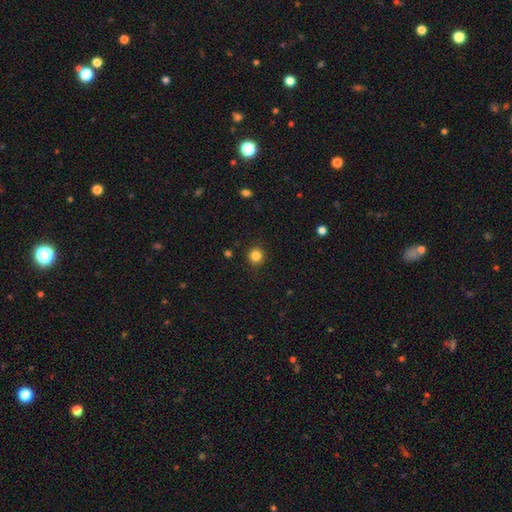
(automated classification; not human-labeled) This is clearly a smooth galaxy (84%). How rounded: clearly round (93%). Merging: clearly none (91%).